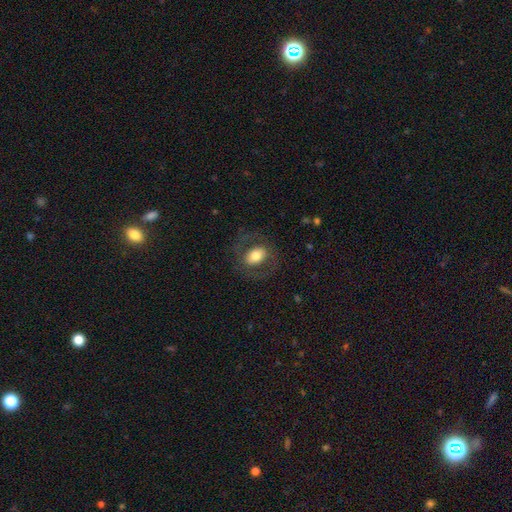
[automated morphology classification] Smooth or featured? smooth (64%)
How rounded? in between (71%)
Merging? none (75%)